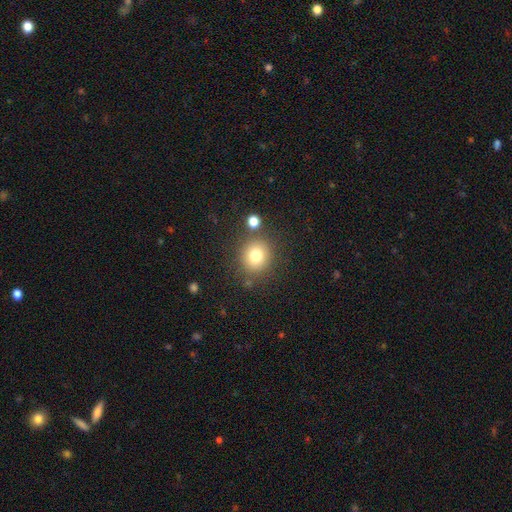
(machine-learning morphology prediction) Smooth or featured? Predicted: smooth (p=0.78). How rounded? Predicted: round (p=0.86). Merging? Predicted: none (p=0.79).